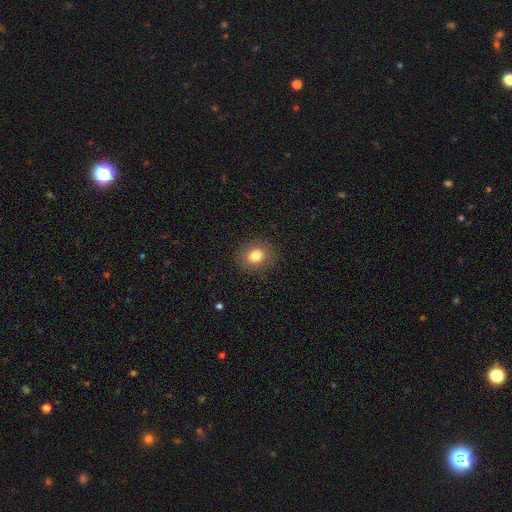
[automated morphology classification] A smooth galaxy with no disk features (81%) that is round (68%). Merging: none (89%).